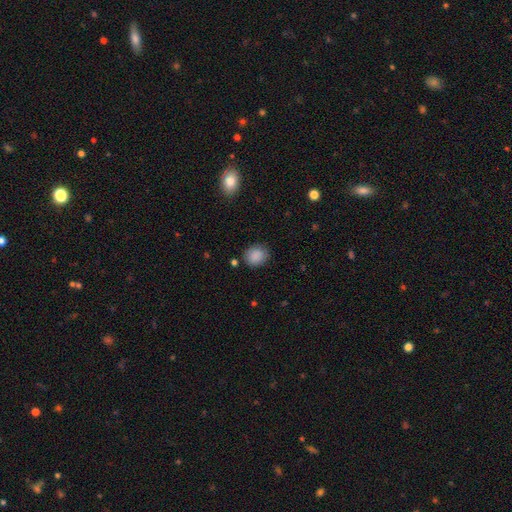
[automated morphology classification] Smooth or featured: smooth — 88% (star or artifact — 8%)
How rounded: round — 70% (in between — 29%)
Merging: none — 83% (minor disturbance — 12%)